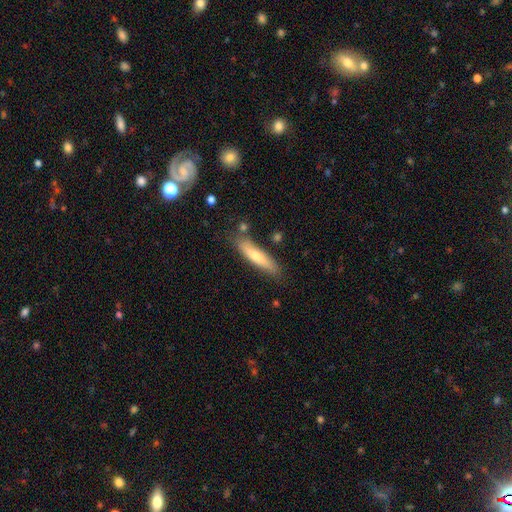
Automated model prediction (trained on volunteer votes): This appears to be a smooth galaxy with no disk features (62%) that is cigar-shaped (82%). Merging: none (79%).